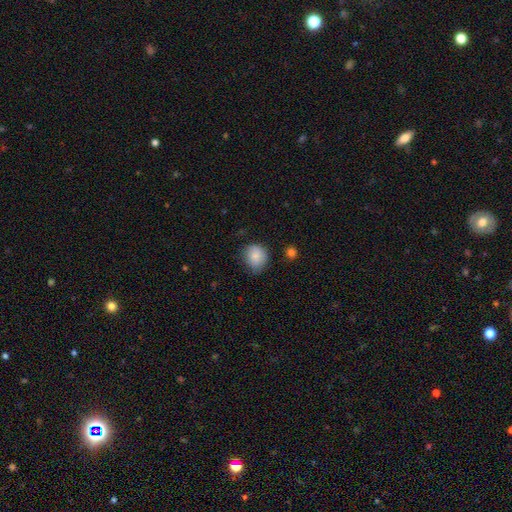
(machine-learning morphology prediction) smooth 84%, star or artifact 9%, featured or disk 8%. Down the decision tree: how rounded — round (74%); merging — none (65%).